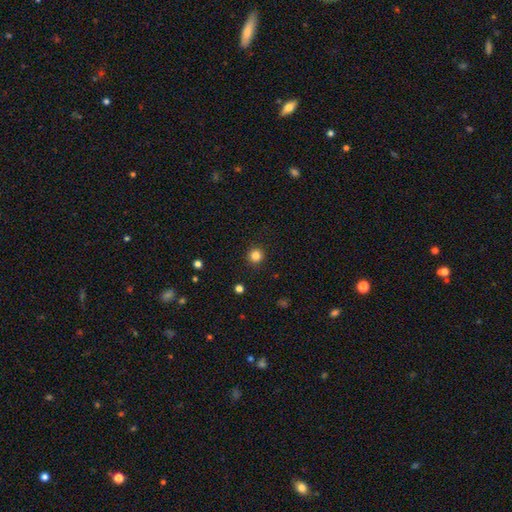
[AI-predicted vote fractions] A smooth galaxy with no disk features (83%) that is round (95%).

Vote fractions:
- Smooth or featured? smooth: 83% / star or artifact: 12% / featured or disk: 4%
- How rounded? round: 95% / in between: 4% / cigar-shaped: 1%
- Merging? none: 92% / minor disturbance: 5% / major disturbance: 2% / merger: 1%